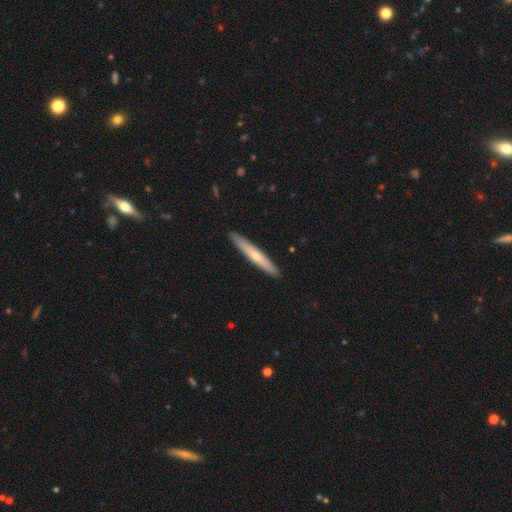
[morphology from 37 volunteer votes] smooth_or_featured: smooth (p=0.70) [alt: featured or disk p=0.24]
how_rounded: cigar-shaped (p=0.85) [alt: in between p=0.15]
merging: none (p=0.83) [alt: minor disturbance p=0.17]